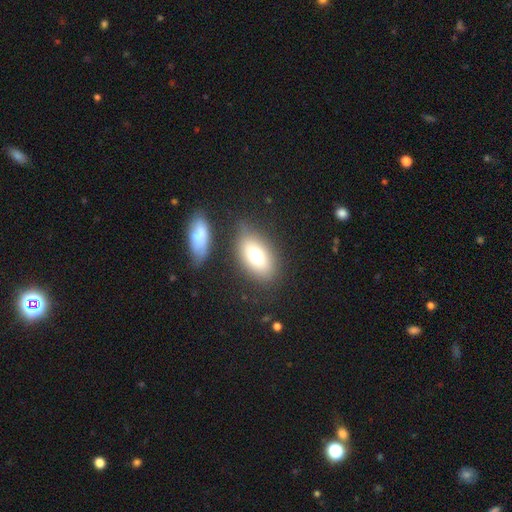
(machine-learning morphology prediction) Smooth or featured? Predicted: smooth (p=0.71). How rounded? Predicted: in between (p=0.85). Merging? Predicted: none (p=0.75).